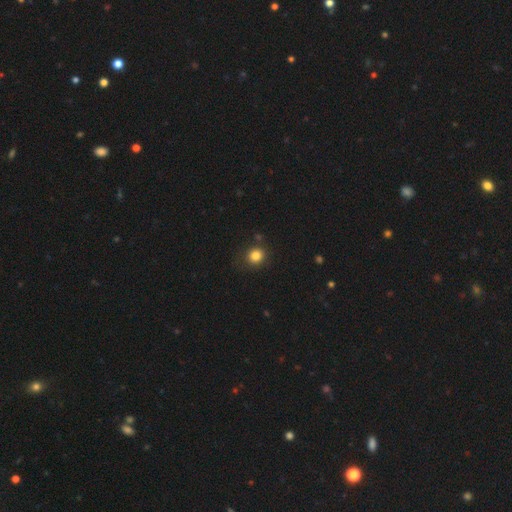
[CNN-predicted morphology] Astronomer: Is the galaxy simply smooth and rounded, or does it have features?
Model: smooth — 83%.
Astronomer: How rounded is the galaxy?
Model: round — 86%.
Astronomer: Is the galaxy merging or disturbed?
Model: none — 84%.